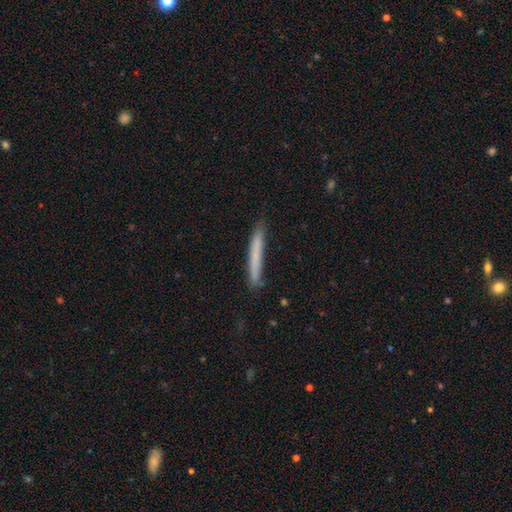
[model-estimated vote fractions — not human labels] The model was most divided on "smooth or featured": smooth: 70%, featured or disk: 23%, star or artifact: 7%. More confident: how rounded — cigar-shaped (97%); merging — none (83%).